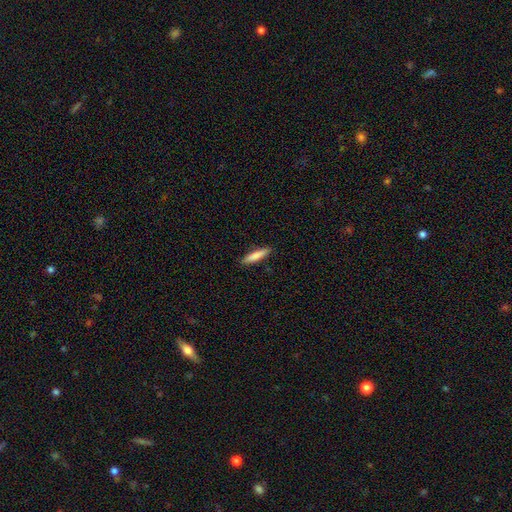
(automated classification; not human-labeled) smooth-or-featured: smooth: 81% | featured or disk: 13% | star or artifact: 6%
  how-rounded: cigar-shaped: 84% | in between: 15% | round: 1%
  merging: none: 90% | minor disturbance: 8% | major disturbance: 2% | merger: 1%